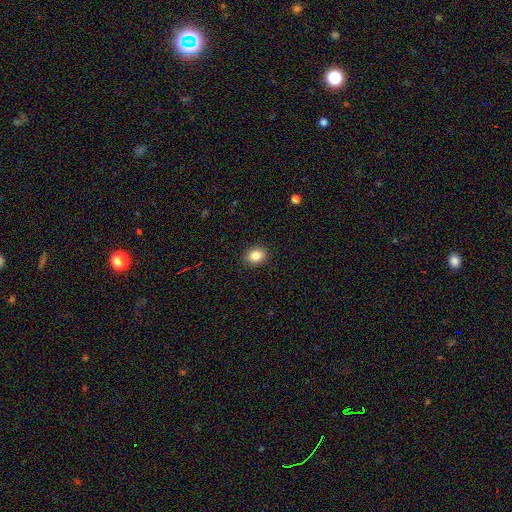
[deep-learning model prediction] Overall: smooth (86%). How rounded: in between (53%; round 46%). Merging: none (90%).